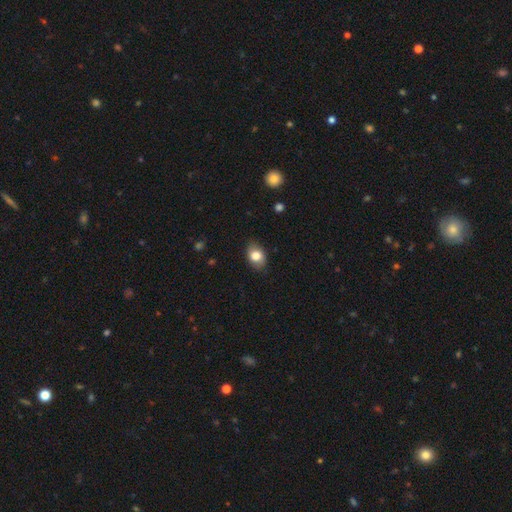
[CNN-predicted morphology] A smooth galaxy with no disk features (79%) that is in between round and cigar-shaped (77%).

Vote fractions:
- Smooth or featured? smooth: 79% / featured or disk: 13% / star or artifact: 8%
- How rounded? in between: 77% / round: 22% / cigar-shaped: 1%
- Merging? none: 82% / minor disturbance: 14% / major disturbance: 3% / merger: 1%